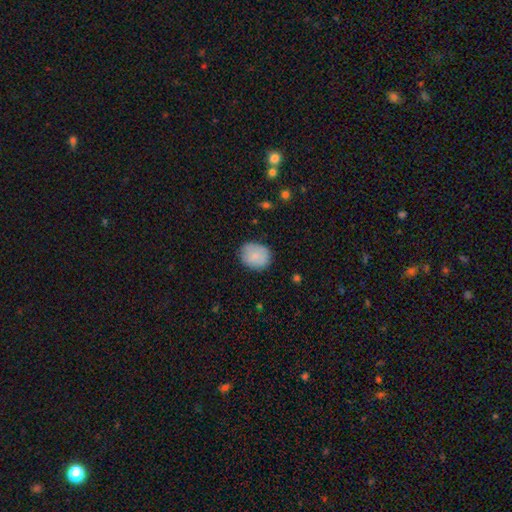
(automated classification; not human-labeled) This appears to be a smooth galaxy with no disk features (84%) that is round (61%). Merging: none (77%).